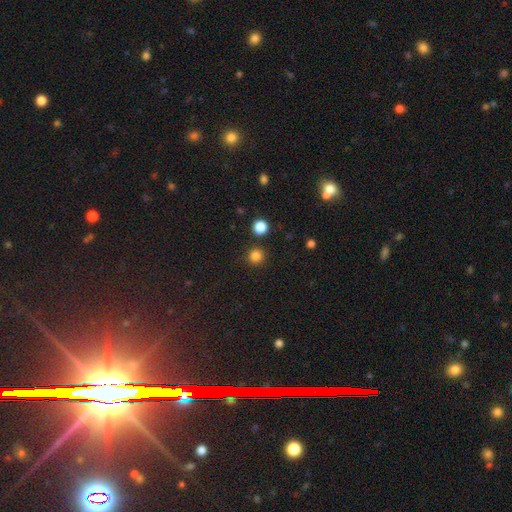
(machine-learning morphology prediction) The model was most divided on "smooth or featured": smooth: 83%, star or artifact: 14%, featured or disk: 3%. More confident: how rounded — round (94%); merging — none (89%).